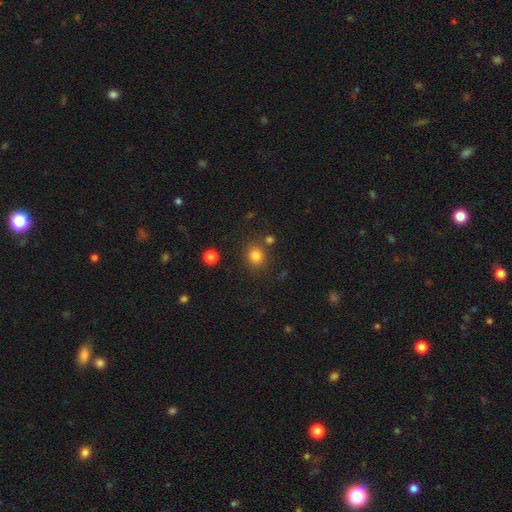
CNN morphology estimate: Overall: smooth (82%). How rounded: round (82%). Merging: none (80%).